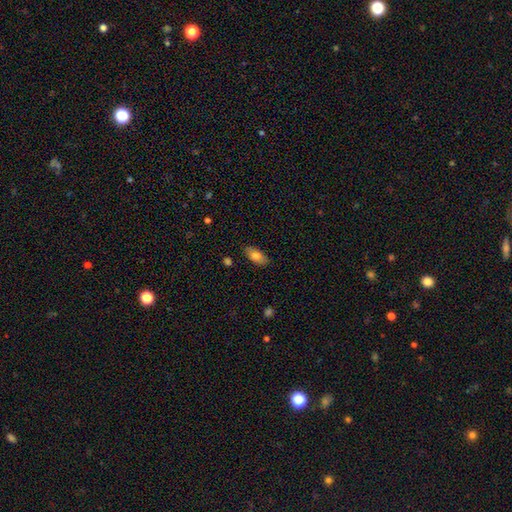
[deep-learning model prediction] smooth-or-featured: smooth: 80% | featured or disk: 12% | star or artifact: 7%
  how-rounded: in between: 88% | cigar-shaped: 9% | round: 3%
  merging: none: 85% | minor disturbance: 11% | major disturbance: 2% | merger: 1%